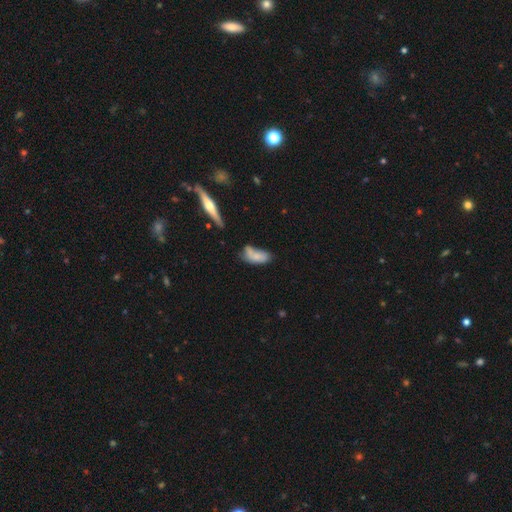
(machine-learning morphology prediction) Smooth or featured? Predicted: smooth (p=0.71). How rounded? Predicted: in between (p=0.86). Merging? Predicted: none (p=0.35).